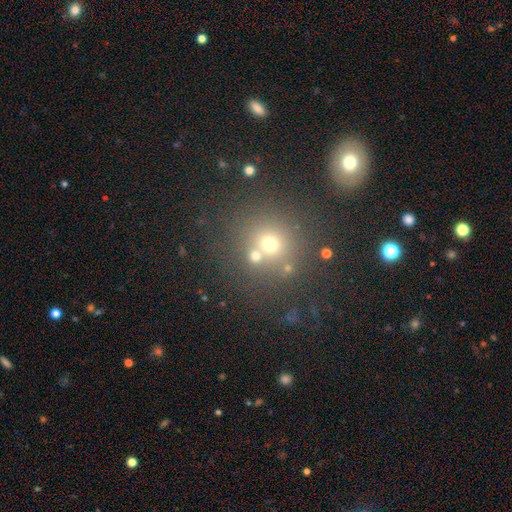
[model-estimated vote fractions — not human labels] Morphology: type=smooth (65%); roundness=round (88%); merging=none (63%).